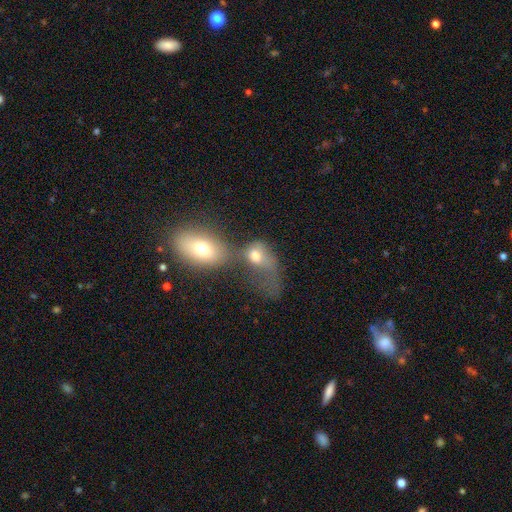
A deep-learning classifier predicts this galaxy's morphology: Smooth or featured? Predicted: smooth (p=0.68). How rounded? Predicted: in between (p=0.65). Merging? Predicted: merger (p=0.58).